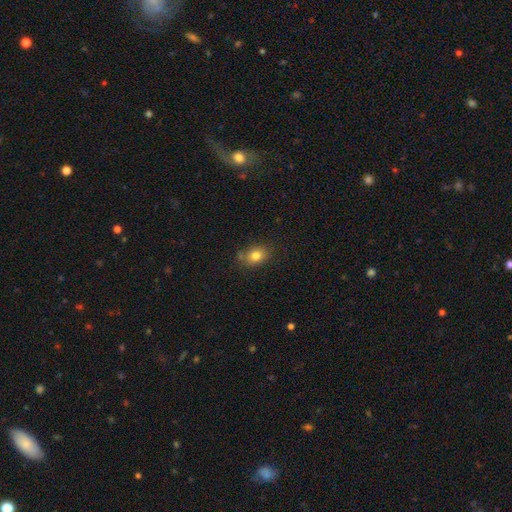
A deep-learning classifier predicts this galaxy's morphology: smooth_or_featured: smooth (p=0.80) [alt: star or artifact p=0.11]
how_rounded: in between (p=0.65) [alt: round p=0.34]
merging: none (p=0.75) [alt: minor disturbance p=0.17]